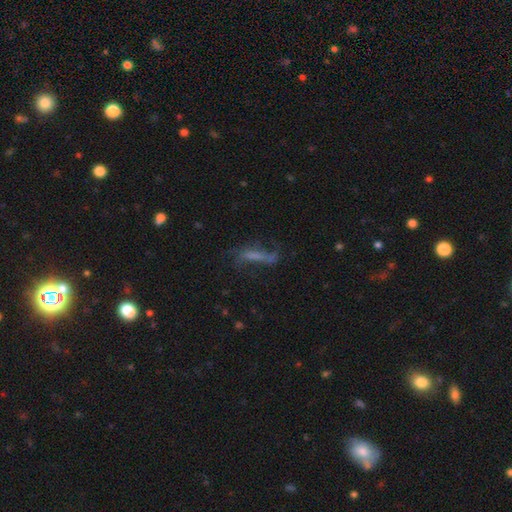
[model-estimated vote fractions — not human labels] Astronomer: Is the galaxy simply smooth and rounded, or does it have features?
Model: featured or disk — 44% (runner-up: smooth, 39%).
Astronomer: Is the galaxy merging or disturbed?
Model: none — 47% (runner-up: major disturbance, 25%).